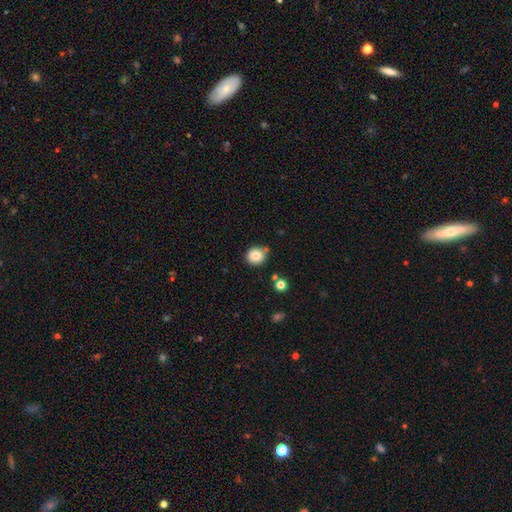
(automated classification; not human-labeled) Smooth or featured? smooth (83%)
How rounded? round (90%)
Merging? none (82%)